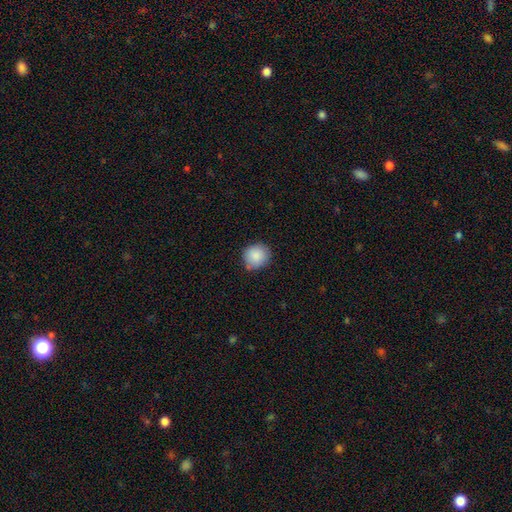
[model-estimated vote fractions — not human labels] Smooth or featured: smooth — 88% (star or artifact — 8%)
How rounded: round — 88% (in between — 11%)
Merging: none — 82% (minor disturbance — 14%)